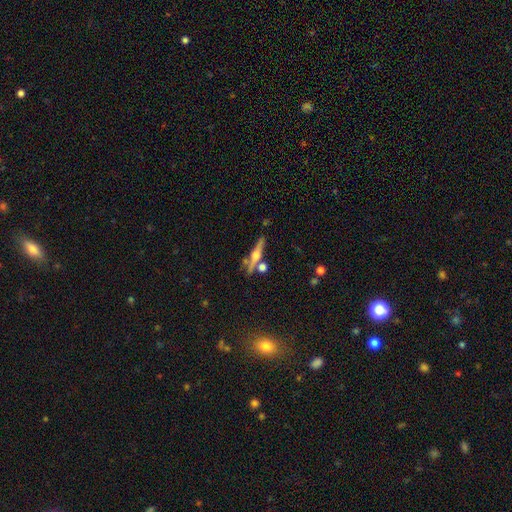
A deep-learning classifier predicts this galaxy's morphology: The model was most divided on "smooth or featured": featured or disk: 67%, smooth: 24%, star or artifact: 8%. More confident: edge-on disk — yes (95%); edge-on bulge — rounded (88%); merging — none (72%).